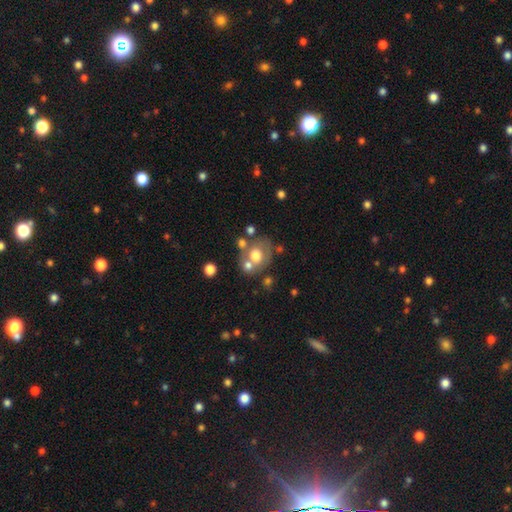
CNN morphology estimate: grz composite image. It shows a smooth galaxy with no disk features (59%) that is round (63%). Merging: none (49%).